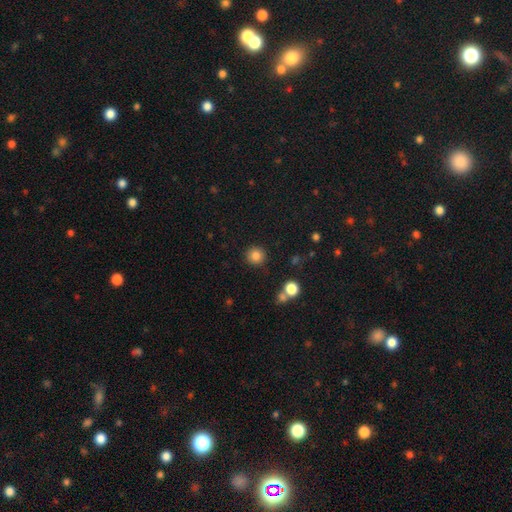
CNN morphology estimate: Overall: smooth (84%). How rounded: round (94%). Merging: none (88%).